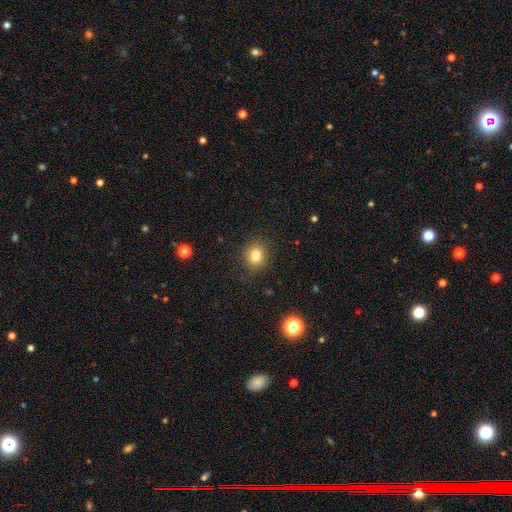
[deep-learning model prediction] Smooth or featured? smooth (81%)
How rounded? round (79%)
Merging? none (89%)